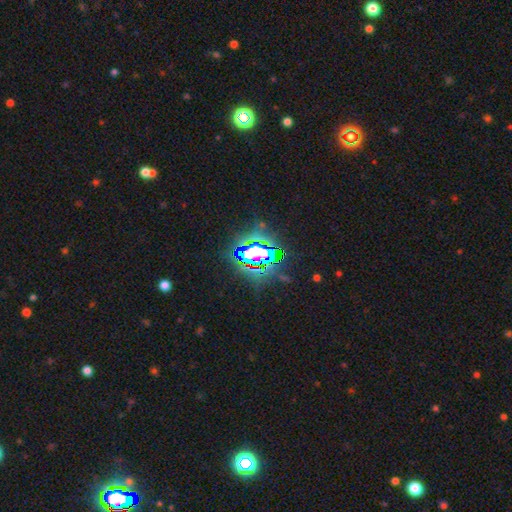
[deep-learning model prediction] smooth-or-featured: star or artifact: 74% | smooth: 13% | featured or disk: 13%